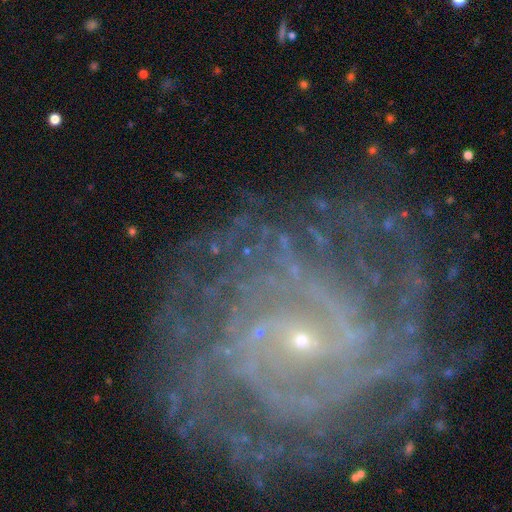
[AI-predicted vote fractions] A featured or disk galaxy (88%) with no bar (49%), tight (68%) spiral arms (97%) and a small central bulge (89%).

Vote fractions:
- Smooth or featured? featured or disk: 88% / star or artifact: 7% / smooth: 4%
- Edge-on disk? no: 97% / yes: 3%
- Bar? no: 49% / weak: 35% / strong: 16%
- Spiral arms? yes: 97% / no: 3%
- Spiral winding? tight: 68% / medium: 27% / loose: 6%
- Spiral arm count? can't tell: 26% / 2: 18% / more than 4: 17% / 4: 17% / 3: 14% / 1: 8%
- Bulge size? small: 89% / moderate: 7% / none: 2% / large: 1% / dominant: 1%
- Merging? none: 75% / minor disturbance: 15% / major disturbance: 9% / merger: 2%